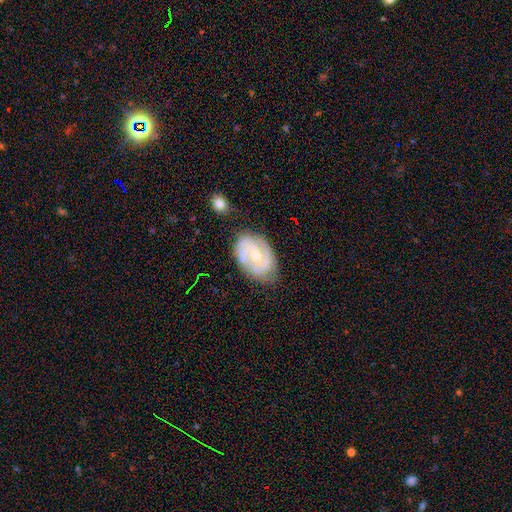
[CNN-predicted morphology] smooth-or-featured: featured or disk: 79% | smooth: 15% | star or artifact: 6%
  disk-edge-on: no: 97% | yes: 3%
    bar: weak: 47% | no: 40% | strong: 12%
    has-spiral-arms: yes: 90% | no: 10%
      spiral-winding: tight: 47% | medium: 41% | loose: 12%
      spiral-arm-count: 2: 69% | can't tell: 16% | 3: 8% | 1: 3% | 4: 2% | more than 4: 2%
    bulge-size: moderate: 49% | small: 46% | none: 2% | large: 2% | dominant: 1%
  merging: none: 72% | minor disturbance: 20% | major disturbance: 5% | merger: 2%